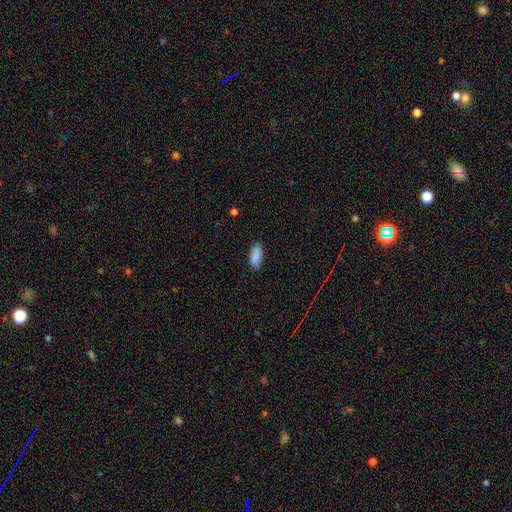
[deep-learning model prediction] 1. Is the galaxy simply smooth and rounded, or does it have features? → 89% smooth, 7% star or artifact, 4% featured or disk.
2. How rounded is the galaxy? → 84% in between, 14% cigar-shaped, 2% round.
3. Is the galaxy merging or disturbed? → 83% none, 13% minor disturbance, 2% major disturbance, 1% merger.